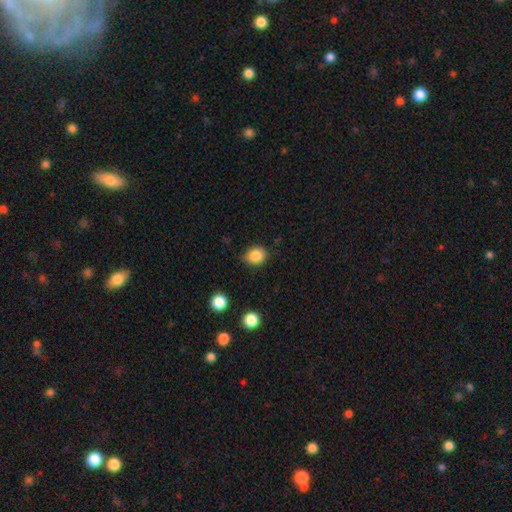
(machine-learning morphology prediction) Smooth or featured? Predicted: smooth (p=0.86). How rounded? Predicted: round (p=0.64). Merging? Predicted: none (p=0.75).